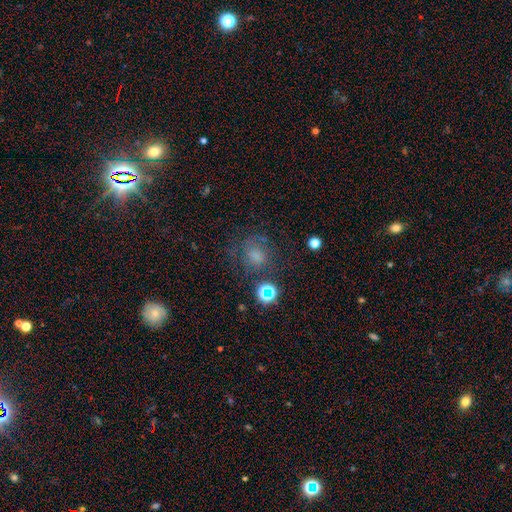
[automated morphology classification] A smooth galaxy with no disk features (53%) that is round (74%). Merging: none (57%).